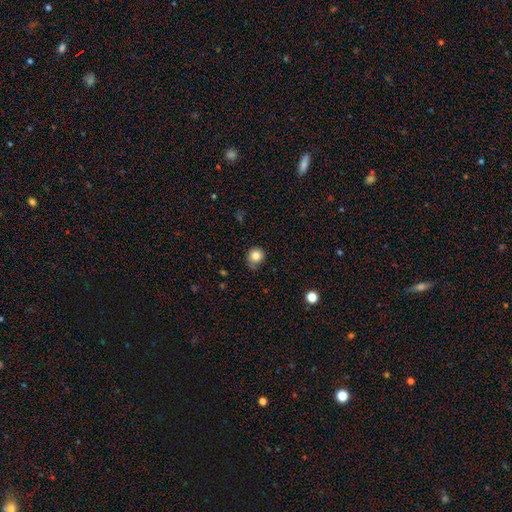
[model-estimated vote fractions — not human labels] Smooth or featured?
  - smooth: 81% *
  - star or artifact: 11%
  - featured or disk: 8%
How rounded?
  - round: 88% *
  - in between: 11%
  - cigar-shaped: 1%
Merging?
  - none: 71% *
  - minor disturbance: 23%
  - major disturbance: 5%
  - merger: 2%